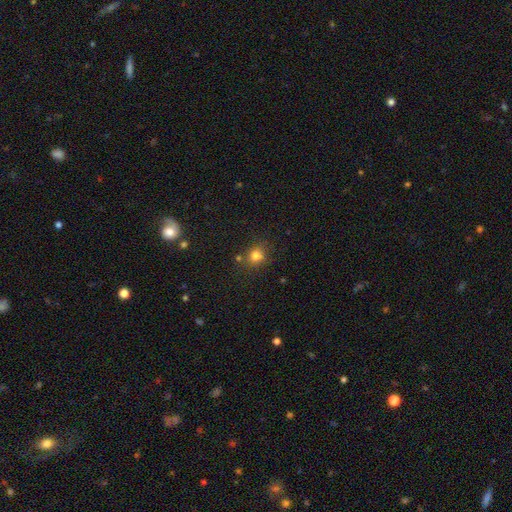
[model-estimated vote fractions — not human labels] Smooth or featured? Predicted: smooth (p=0.78). How rounded? Predicted: round (p=0.78). Merging? Predicted: none (p=0.75).